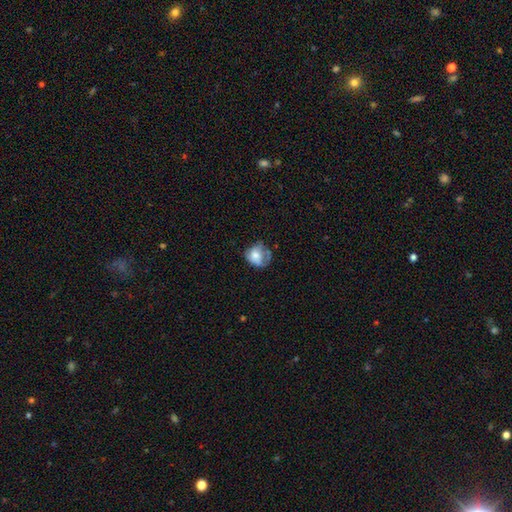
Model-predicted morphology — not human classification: Smooth or featured?
  - smooth: 60% *
  - featured or disk: 32%
  - star or artifact: 8%
How rounded?
  - round: 61% *
  - in between: 38%
  - cigar-shaped: 1%
Merging?
  - none: 37% *
  - minor disturbance: 32%
  - major disturbance: 28%
  - merger: 3%